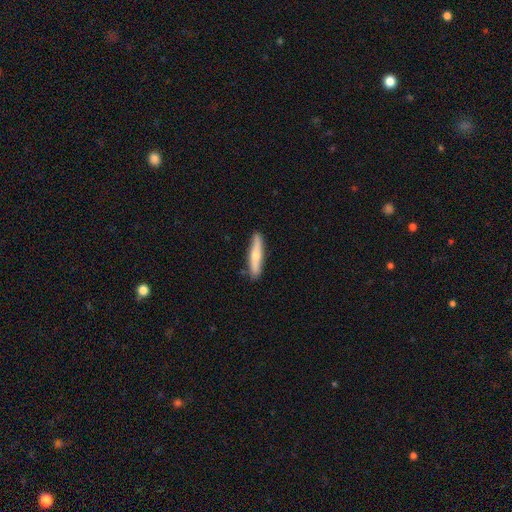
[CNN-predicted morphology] Smooth or featured? smooth (62%)
How rounded? cigar-shaped (88%)
Merging? none (86%)